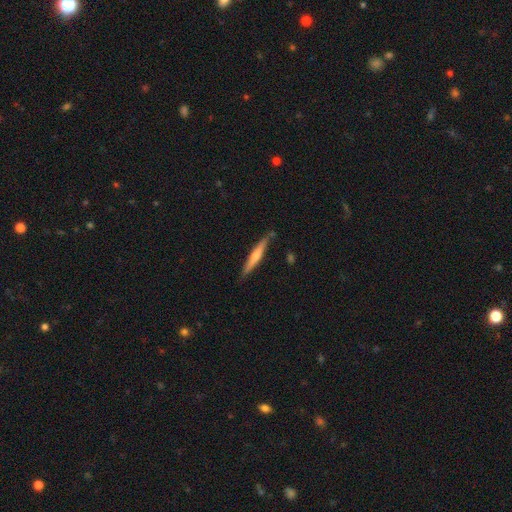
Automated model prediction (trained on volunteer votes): A featured or disk galaxy (49%). Merging: none (82%).